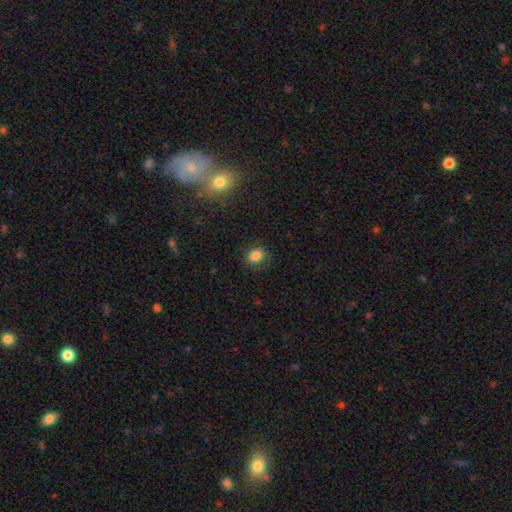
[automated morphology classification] smooth-or-featured: smooth: 83% | star or artifact: 11% | featured or disk: 6%
  how-rounded: in between: 59% | round: 40% | cigar-shaped: 1%
  merging: none: 81% | minor disturbance: 14% | major disturbance: 4% | merger: 1%